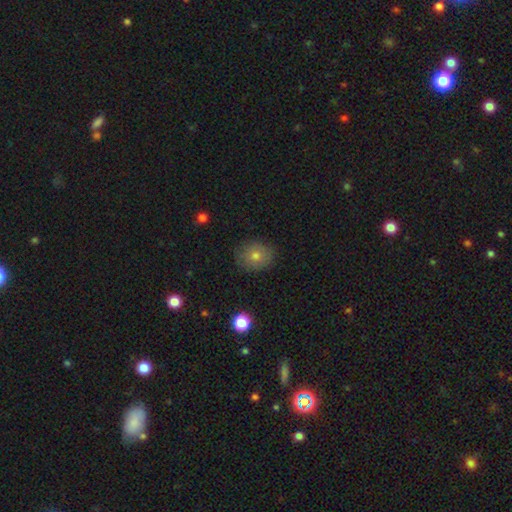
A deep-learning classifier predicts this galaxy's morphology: smooth-or-featured: smooth: 73% | featured or disk: 15% | star or artifact: 12%
  how-rounded: round: 75% | in between: 24% | cigar-shaped: 1%
  merging: none: 85% | minor disturbance: 11% | major disturbance: 3% | merger: 1%